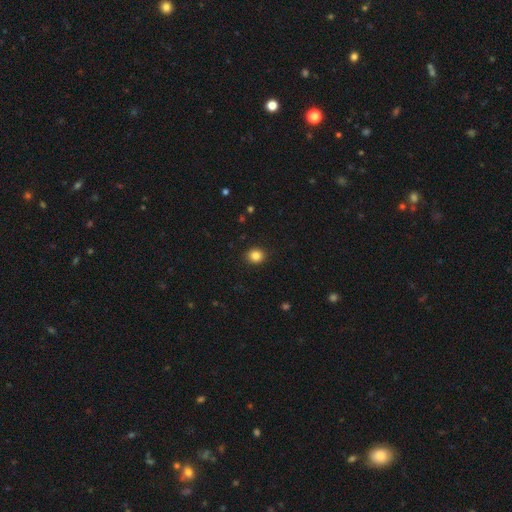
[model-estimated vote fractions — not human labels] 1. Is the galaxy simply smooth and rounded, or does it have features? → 85% smooth, 11% star or artifact, 5% featured or disk.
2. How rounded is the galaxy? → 79% round, 21% in between, 1% cigar-shaped.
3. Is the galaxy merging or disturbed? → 91% none, 6% minor disturbance, 2% major disturbance, 1% merger.